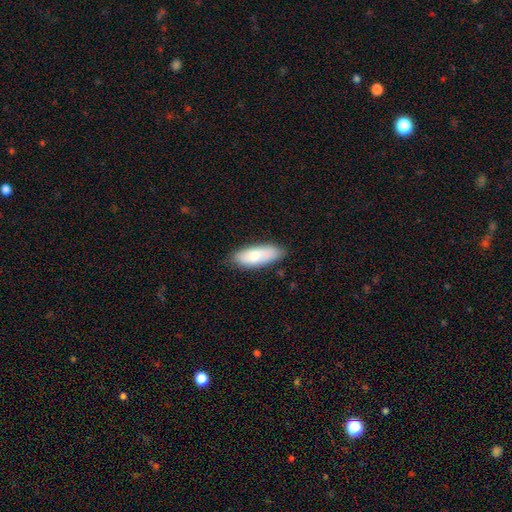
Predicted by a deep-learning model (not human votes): This is likely a smooth galaxy (77%). How rounded: likely in between (72%). Merging: likely none (79%).